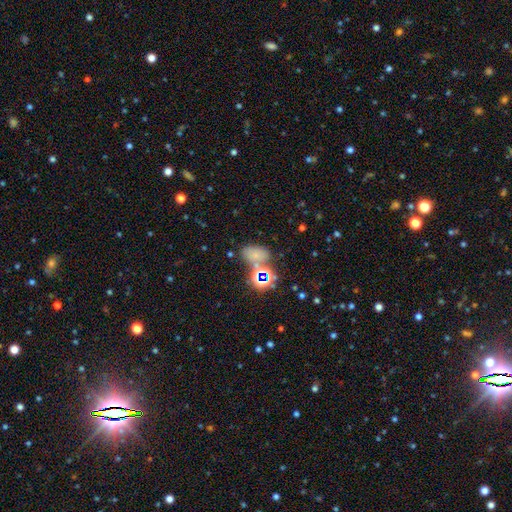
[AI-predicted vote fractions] smooth-or-featured: smooth: 57% | star or artifact: 33% | featured or disk: 10%
  how-rounded: in between: 82% | round: 16% | cigar-shaped: 2%
  merging: none: 55% | merger: 23% | minor disturbance: 15% | major disturbance: 7%